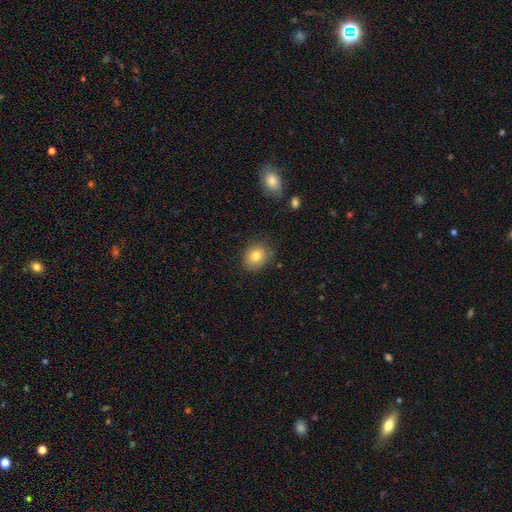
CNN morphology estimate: Q: Smooth or featured?
A: smooth (79%); runner-up: featured or disk (11%)
Q: How rounded?
A: round (52%); runner-up: in between (48%)
Q: Merging?
A: none (80%); runner-up: minor disturbance (16%)